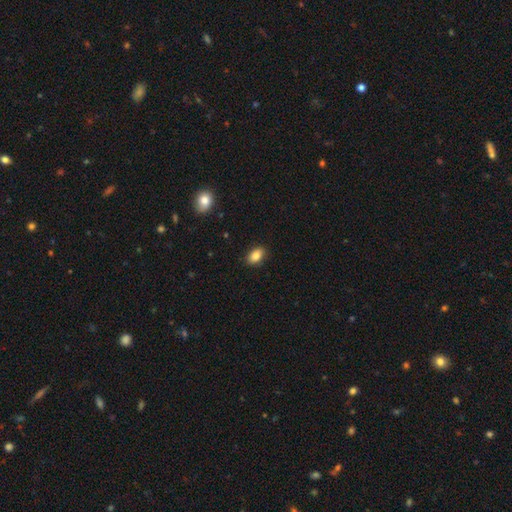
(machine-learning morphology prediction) Smooth or featured? Predicted: smooth (p=0.85). How rounded? Predicted: in between (p=0.88). Merging? Predicted: none (p=0.88).